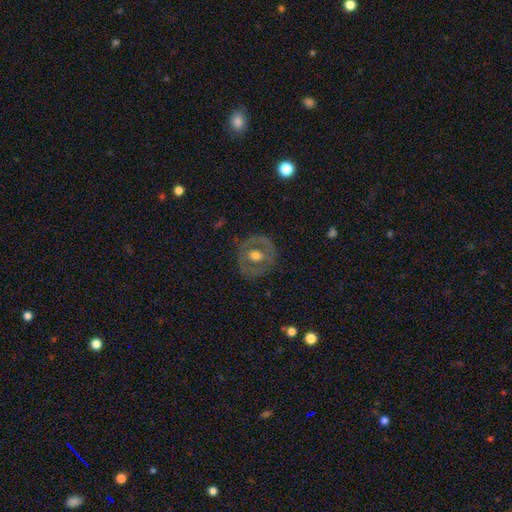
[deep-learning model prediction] Smooth or featured: featured or disk — 54% (smooth — 39%)
Edge-on disk: no — 95% (yes — 5%)
Bar: no — 72% (weak — 20%)
Spiral arms: no — 83% (yes — 17%)
Bulge size: moderate — 73% (large — 13%)
Merging: none — 80% (minor disturbance — 13%)